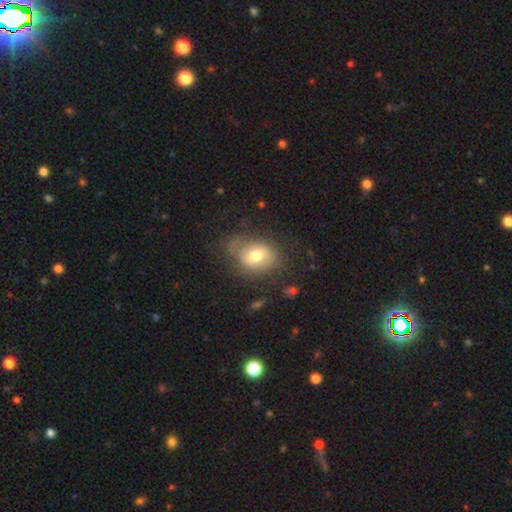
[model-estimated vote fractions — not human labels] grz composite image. It shows a smooth galaxy with no disk features (47%). Merging: none (58%).